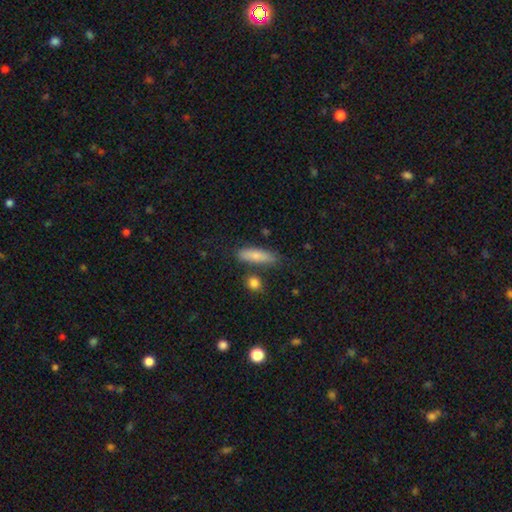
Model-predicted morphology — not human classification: Smooth or featured? Predicted: smooth (p=0.77). How rounded? Predicted: cigar-shaped (p=0.60). Merging? Predicted: none (p=0.74).